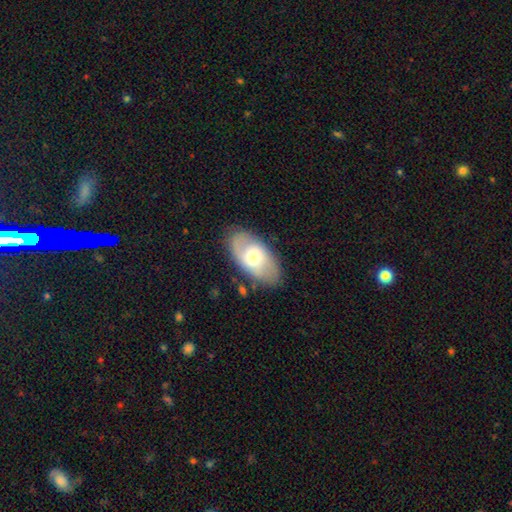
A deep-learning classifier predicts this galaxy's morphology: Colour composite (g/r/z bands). It shows a featured or disk galaxy (54%). Merging: none (81%).